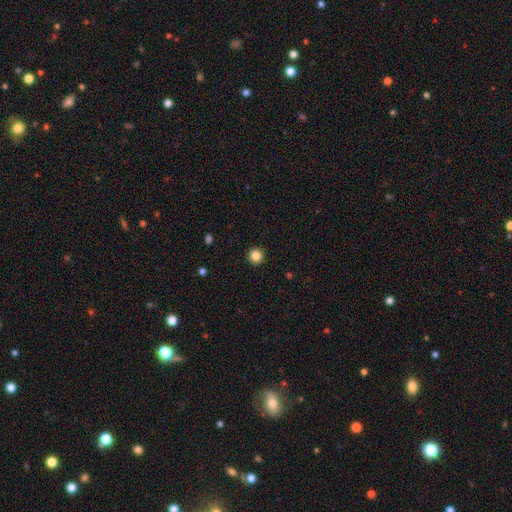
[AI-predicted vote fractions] Q: Smooth or featured?
A: smooth (85%); runner-up: star or artifact (11%)
Q: How rounded?
A: round (94%); runner-up: in between (5%)
Q: Merging?
A: none (93%); runner-up: minor disturbance (4%)